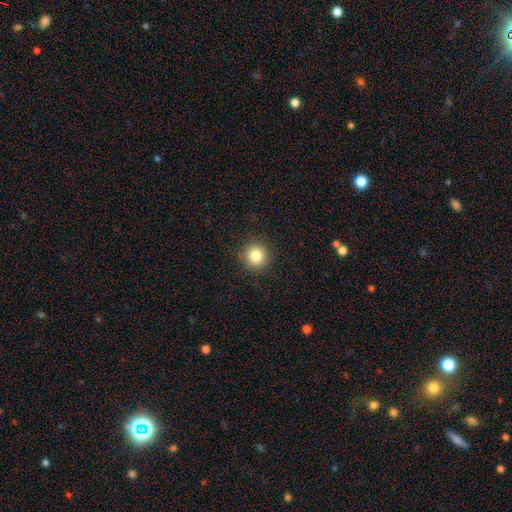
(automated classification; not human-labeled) The model was most divided on "smooth or featured": smooth: 83%, star or artifact: 11%, featured or disk: 6%. More confident: how rounded — round (94%); merging — none (91%).